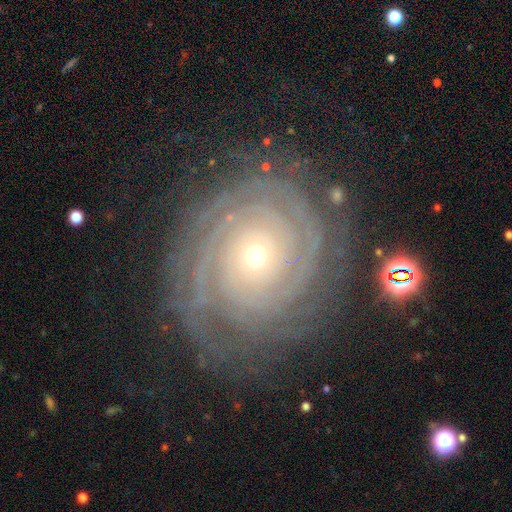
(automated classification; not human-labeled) This appears to be a featured or disk galaxy (89%) with no bar (82%), tight (88%) spiral arms (98%) and a small central bulge (72%). Merging: none (81%).